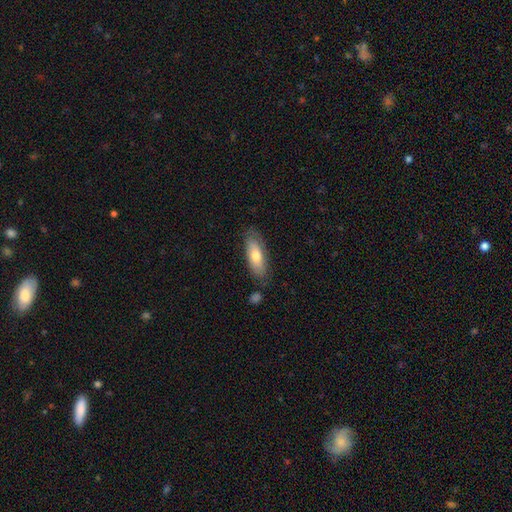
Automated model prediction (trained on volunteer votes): smooth_or_featured: smooth (p=0.68) [alt: featured or disk p=0.26]
how_rounded: in between (p=0.68) [alt: cigar-shaped p=0.30]
merging: none (p=0.76) [alt: minor disturbance p=0.17]